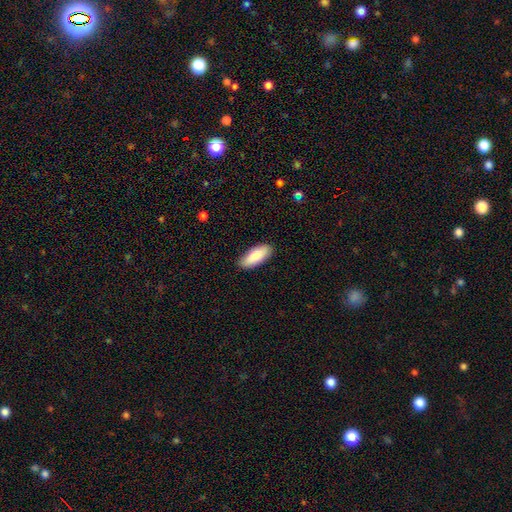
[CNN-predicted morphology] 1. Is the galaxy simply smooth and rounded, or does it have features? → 82% smooth, 12% featured or disk, 6% star or artifact.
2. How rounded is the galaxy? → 81% in between, 17% cigar-shaped, 2% round.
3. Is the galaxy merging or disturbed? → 86% none, 11% minor disturbance, 2% major disturbance, 1% merger.